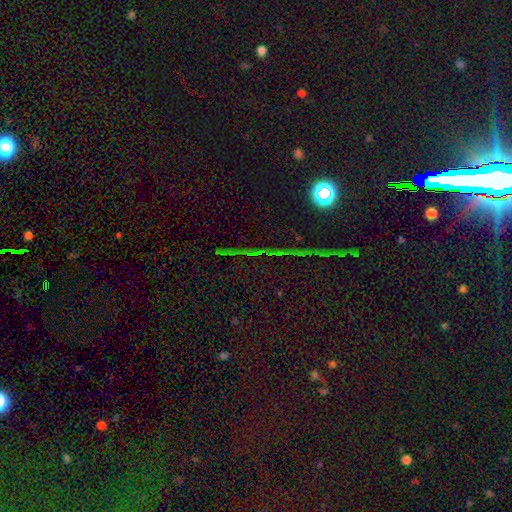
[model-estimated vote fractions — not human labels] Smooth or featured? Predicted: star or artifact (p=0.80).